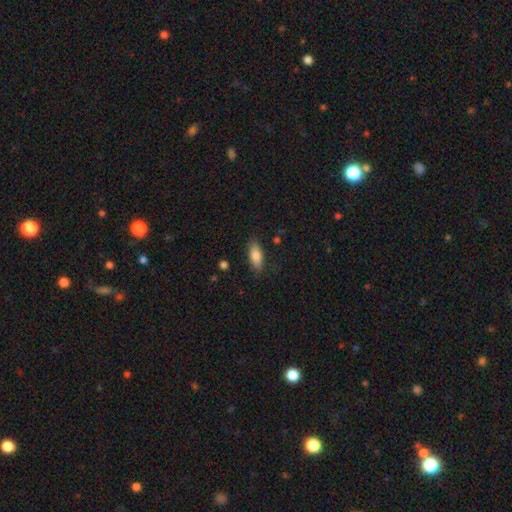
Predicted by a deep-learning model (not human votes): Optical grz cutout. It shows a smooth galaxy with no disk features (82%) that is in between round and cigar-shaped (79%). Merging: none (84%).